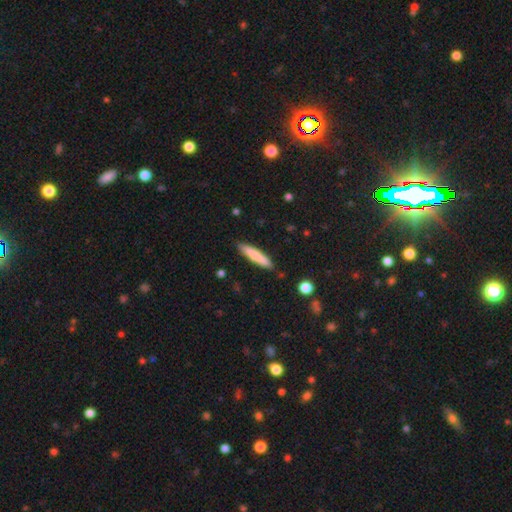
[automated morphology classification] smooth 77%, featured or disk 17%, star or artifact 6%. Down the decision tree: how rounded — cigar-shaped (88%); merging — none (87%).